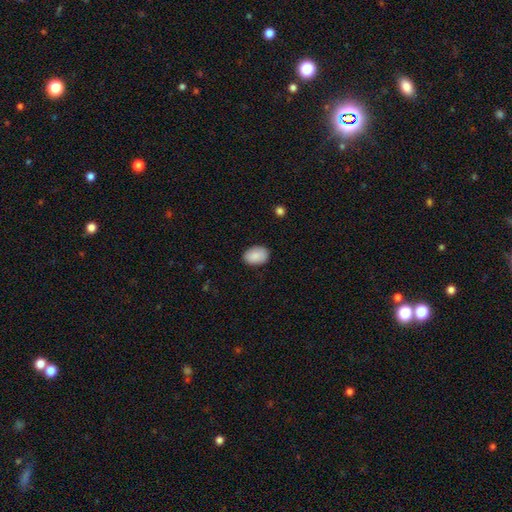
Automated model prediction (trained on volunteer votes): smooth_or_featured: smooth (p=0.89) [alt: star or artifact p=0.07]
how_rounded: in between (p=0.82) [alt: round p=0.17]
merging: none (p=0.86) [alt: minor disturbance p=0.11]